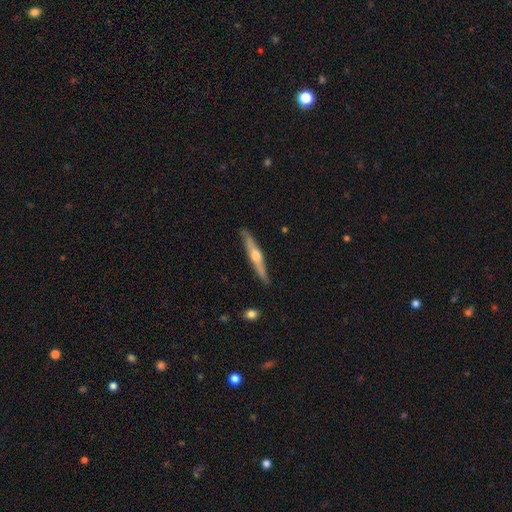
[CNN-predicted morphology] Smooth or featured?
  - featured or disk: 69% *
  - smooth: 26%
  - star or artifact: 5%
Edge-on disk?
  - yes: 97% *
  - no: 3%
Edge-on bulge?
  - rounded: 91% *
  - none: 6%
  - boxy: 3%
Merging?
  - none: 89% *
  - minor disturbance: 8%
  - major disturbance: 1%
  - merger: 1%